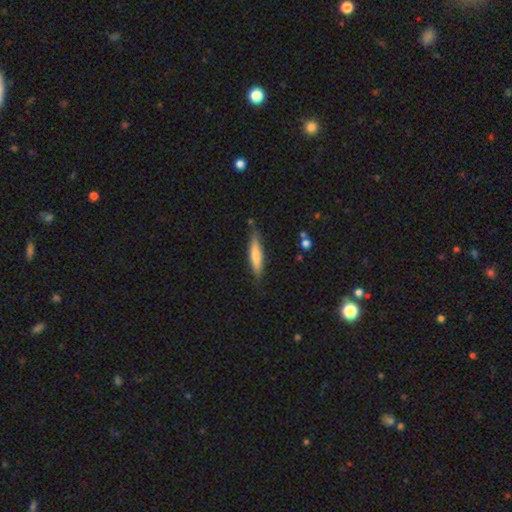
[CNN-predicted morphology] Smooth or featured?
  - smooth: 61% *
  - featured or disk: 33%
  - star or artifact: 6%
How rounded?
  - cigar-shaped: 84% *
  - in between: 15%
  - round: 1%
Merging?
  - none: 76% *
  - minor disturbance: 18%
  - major disturbance: 3%
  - merger: 2%